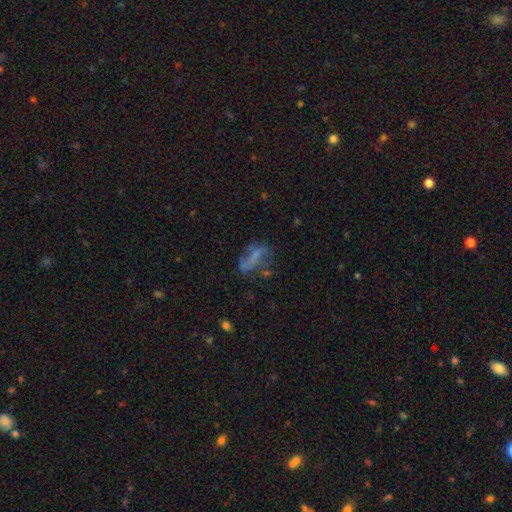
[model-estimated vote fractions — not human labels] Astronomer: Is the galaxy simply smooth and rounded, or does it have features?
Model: featured or disk — 48% (runner-up: smooth, 36%).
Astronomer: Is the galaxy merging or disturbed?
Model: none — 53%.